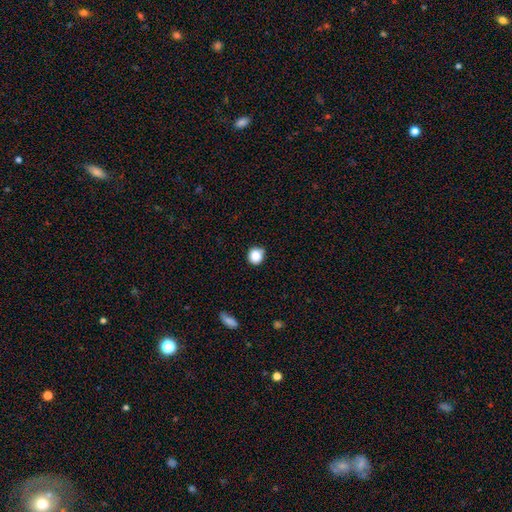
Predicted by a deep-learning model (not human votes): A smooth galaxy with no disk features (86%) that is round (90%).

Vote fractions:
- Smooth or featured? smooth: 86% / star or artifact: 10% / featured or disk: 4%
- How rounded? round: 90% / in between: 9% / cigar-shaped: 1%
- Merging? none: 81% / minor disturbance: 13% / major disturbance: 3% / merger: 3%